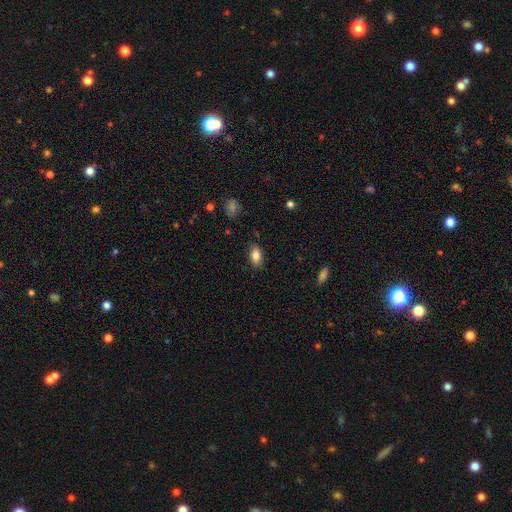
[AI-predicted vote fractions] smooth 83%, featured or disk 10%, star or artifact 8%. Down the decision tree: how rounded — in between (90%); merging — none (85%).